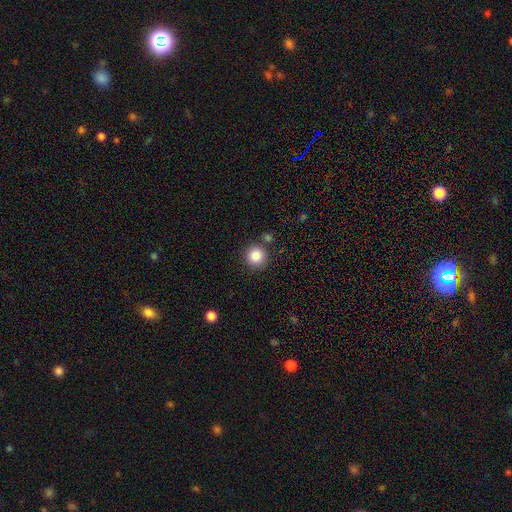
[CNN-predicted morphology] Q: Smooth or featured?
A: smooth (86%); runner-up: star or artifact (10%)
Q: How rounded?
A: round (93%); runner-up: in between (6%)
Q: Merging?
A: none (83%); runner-up: minor disturbance (8%)